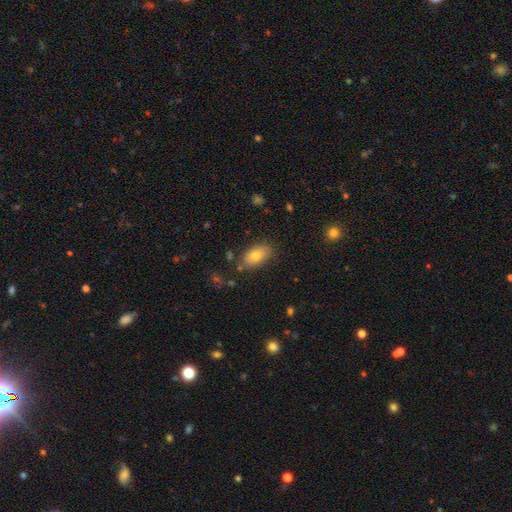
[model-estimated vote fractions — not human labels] Smooth or featured? smooth (77%)
How rounded? in between (91%)
Merging? none (78%)